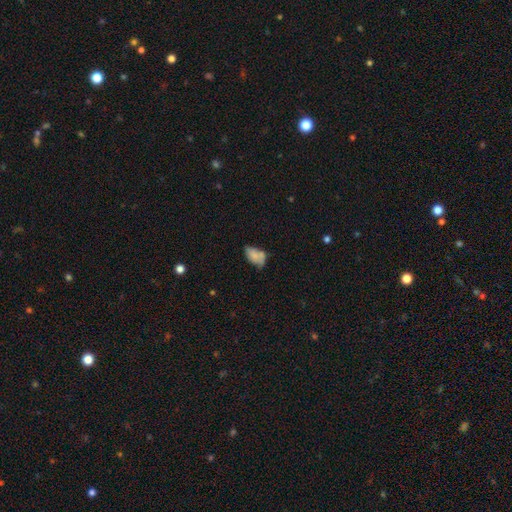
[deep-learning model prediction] A smooth galaxy with no disk features (72%) that is in between round and cigar-shaped (91%).

Vote fractions:
- Smooth or featured? smooth: 72% / featured or disk: 19% / star or artifact: 9%
- How rounded? in between: 91% / round: 6% / cigar-shaped: 3%
- Merging? none: 41% / minor disturbance: 30% / merger: 19% / major disturbance: 10%